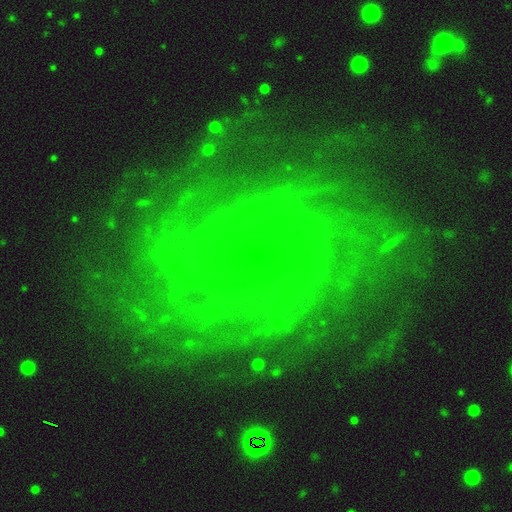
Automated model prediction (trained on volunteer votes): Smooth or featured?
  - featured or disk: 80% *
  - star or artifact: 12%
  - smooth: 8%
Edge-on disk?
  - no: 97% *
  - yes: 3%
Bar?
  - no: 62% *
  - weak: 31%
  - strong: 7%
Spiral arms?
  - yes: 96% *
  - no: 4%
Spiral winding?
  - tight: 66% *
  - medium: 26%
  - loose: 8%
Spiral arm count?
  - can't tell: 34% *
  - more than 4: 19%
  - 4: 14%
  - 2: 12%
  - 3: 11%
  - 1: 9%
Bulge size?
  - small: 85% *
  - moderate: 9%
  - none: 4%
  - large: 1%
  - dominant: 1%
Merging?
  - none: 80% *
  - minor disturbance: 13%
  - major disturbance: 6%
  - merger: 1%